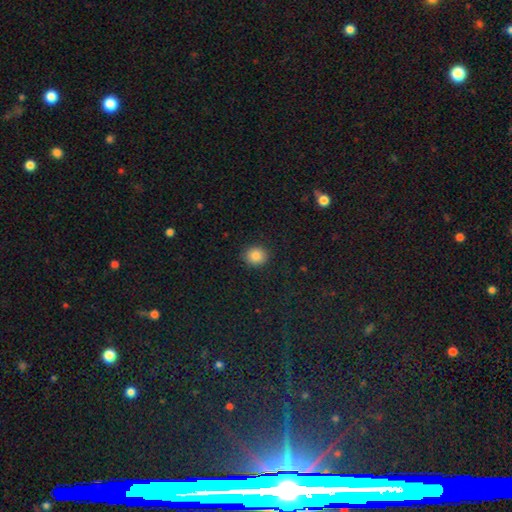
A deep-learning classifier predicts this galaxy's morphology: Smooth or featured? Predicted: smooth (p=0.86). How rounded? Predicted: round (p=0.78). Merging? Predicted: none (p=0.89).